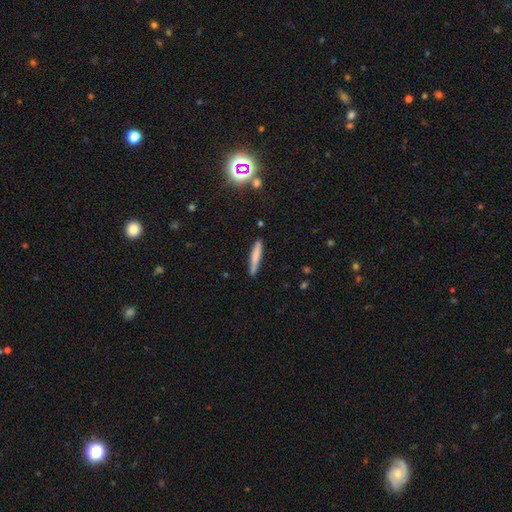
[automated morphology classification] type=smooth (72%); roundness=cigar-shaped (93%); merging=none (83%).